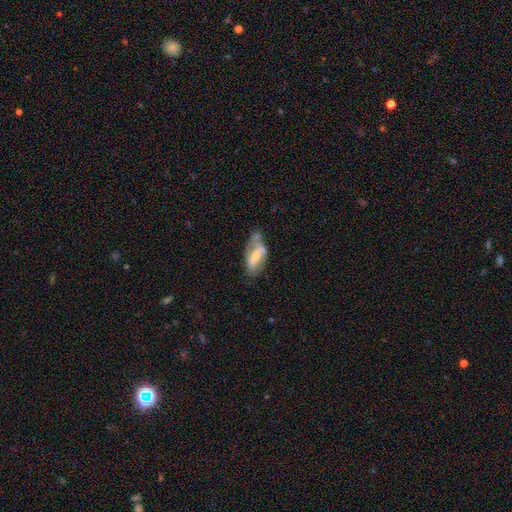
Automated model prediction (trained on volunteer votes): Smooth or featured?
  - featured or disk: 60% *
  - smooth: 33%
  - star or artifact: 7%
Edge-on disk?
  - no: 91% *
  - yes: 9%
Bar?
  - weak: 39% *
  - strong: 35%
  - no: 26%
Spiral arms?
  - yes: 68% *
  - no: 32%
Bulge size?
  - moderate: 50% *
  - small: 38%
  - large: 5%
  - none: 5%
  - dominant: 1%
Merging?
  - none: 43% *
  - minor disturbance: 32%
  - major disturbance: 16%
  - merger: 9%